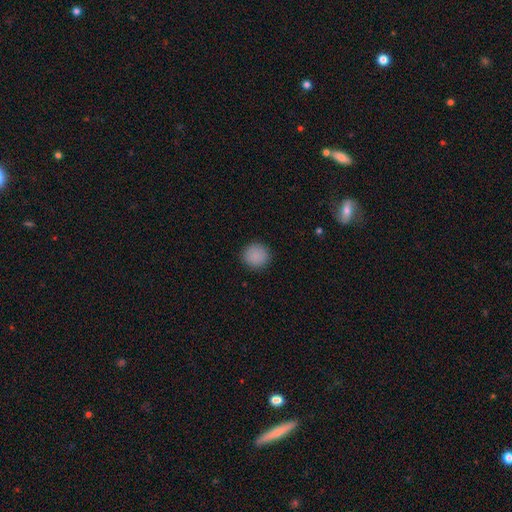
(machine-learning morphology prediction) Smooth or featured: smooth — 88% (star or artifact — 9%)
How rounded: round — 91% (in between — 8%)
Merging: none — 91% (minor disturbance — 6%)